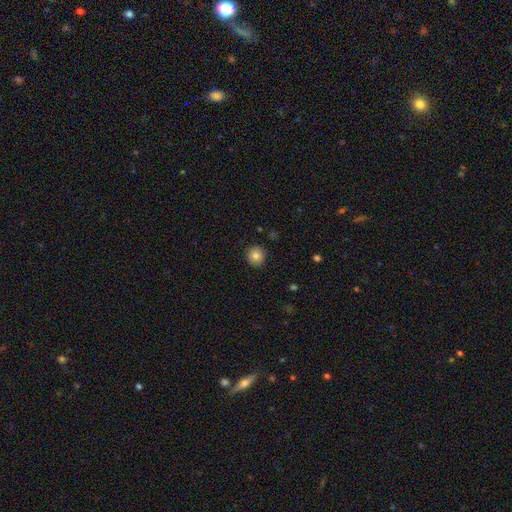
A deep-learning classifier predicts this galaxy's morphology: A smooth galaxy with no disk features (81%) that is round (94%).

Vote fractions:
- Smooth or featured? smooth: 81% / star or artifact: 10% / featured or disk: 9%
- How rounded? round: 94% / in between: 6% / cigar-shaped: 1%
- Merging? none: 89% / minor disturbance: 8% / major disturbance: 2% / merger: 1%